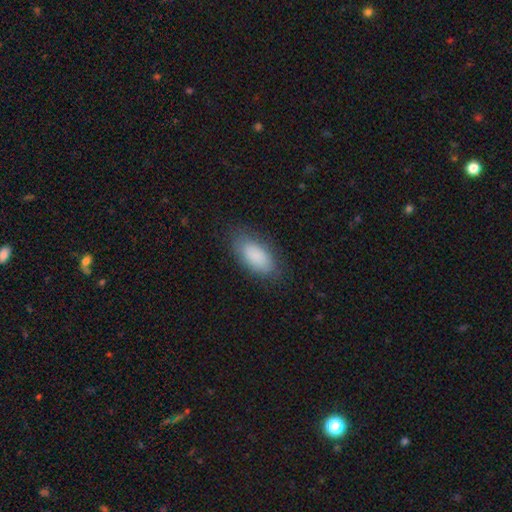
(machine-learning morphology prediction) Smooth or featured? Predicted: smooth (p=0.86). How rounded? Predicted: in between (p=0.91). Merging? Predicted: none (p=0.80).